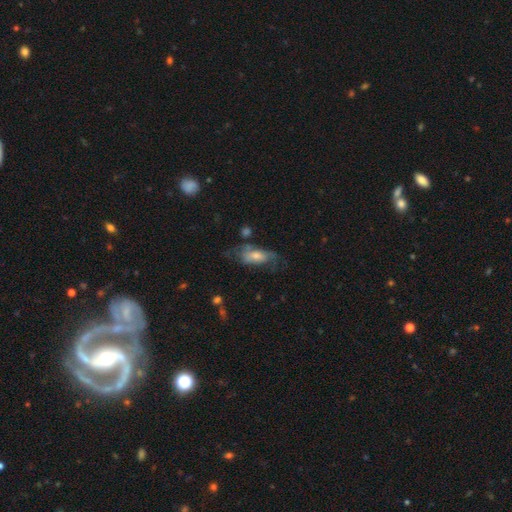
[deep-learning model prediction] A featured or disk galaxy (46%).

Vote fractions:
- Smooth or featured? featured or disk: 46% / smooth: 43% / star or artifact: 11%
- Merging? none: 46% / minor disturbance: 27% / major disturbance: 22% / merger: 5%